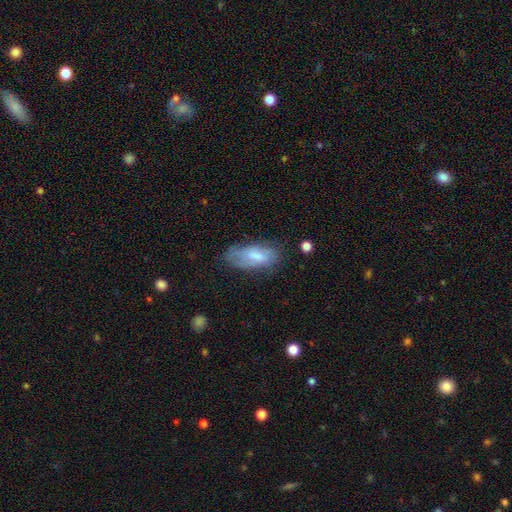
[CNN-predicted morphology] Smooth or featured? smooth (59%)
How rounded? in between (84%)
Merging? none (60%)